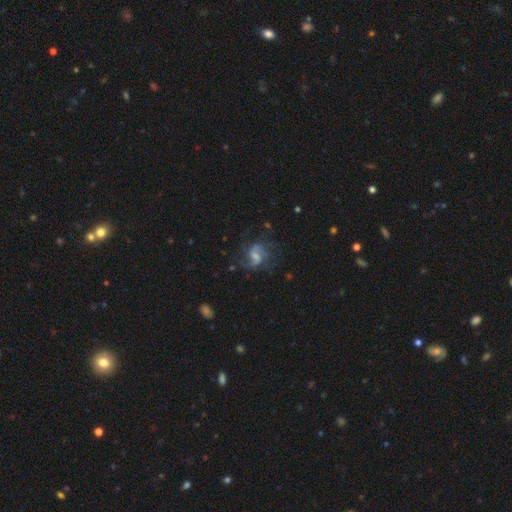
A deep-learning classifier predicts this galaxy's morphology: Smooth or featured: featured or disk — 78% (smooth — 13%)
Edge-on disk: no — 98% (yes — 2%)
Bar: weak — 55% (no — 25%)
Spiral arms: yes — 91% (no — 9%)
Spiral winding: loose — 50% (medium — 40%)
Spiral arm count: 2 — 70% (can't tell — 12%)
Bulge size: small — 34% (moderate — 31%)
Merging: none — 58% (major disturbance — 21%)